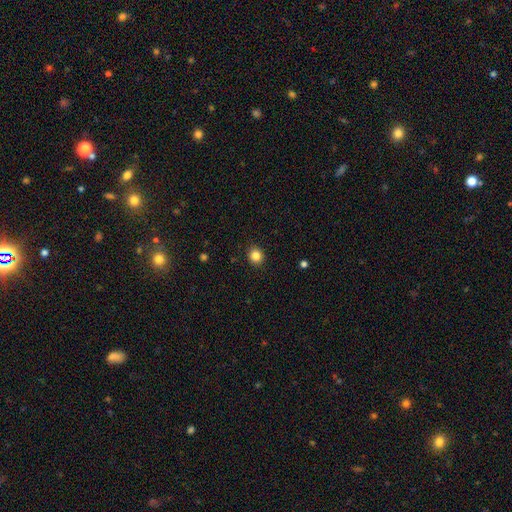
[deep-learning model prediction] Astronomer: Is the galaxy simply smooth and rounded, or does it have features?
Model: smooth — 84%.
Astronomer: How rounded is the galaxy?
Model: round — 83%.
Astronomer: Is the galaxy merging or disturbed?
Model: none — 91%.